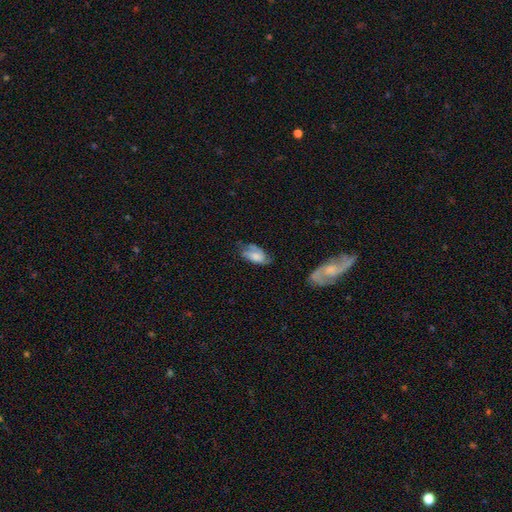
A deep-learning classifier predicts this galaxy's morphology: Overall: smooth (55%; featured or disk 37%). How rounded: in between (91%). Merging: none (48%; minor disturbance 33%).